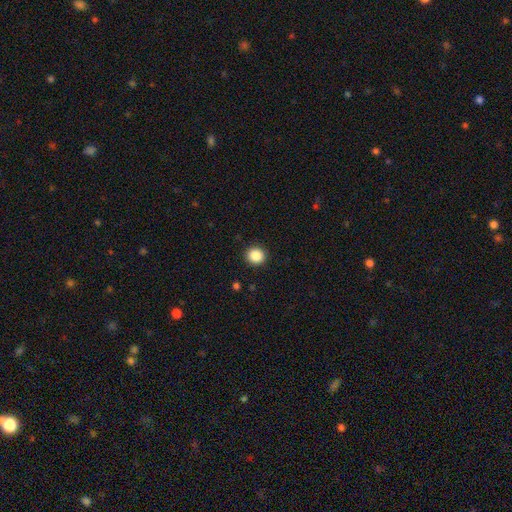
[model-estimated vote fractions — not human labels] smooth 88%, star or artifact 9%, featured or disk 3%. Down the decision tree: how rounded — round (89%); merging — none (92%).